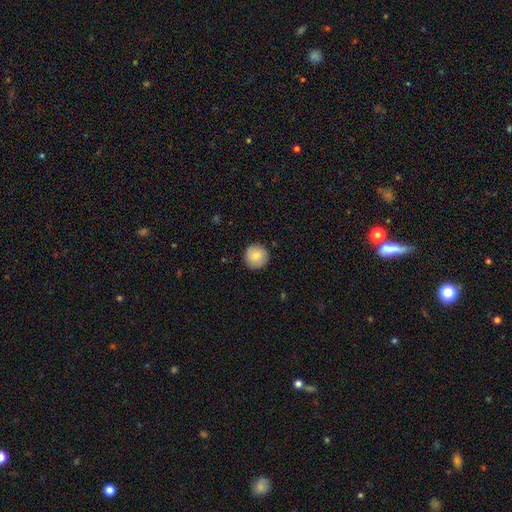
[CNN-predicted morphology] Smooth or featured? smooth (82%)
How rounded? round (95%)
Merging? none (89%)